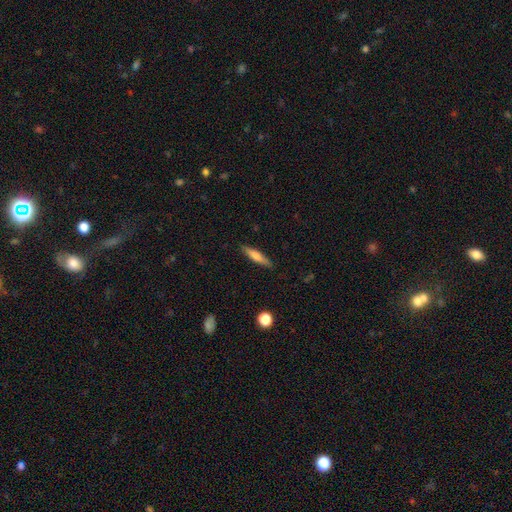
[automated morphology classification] Smooth or featured? Predicted: smooth (p=0.64). How rounded? Predicted: cigar-shaped (p=0.84). Merging? Predicted: none (p=0.88).